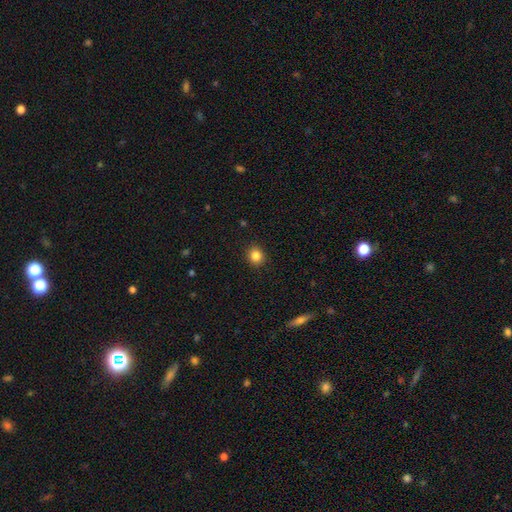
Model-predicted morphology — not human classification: smooth-or-featured: smooth: 84% | star or artifact: 11% | featured or disk: 5%
  how-rounded: round: 82% | in between: 17% | cigar-shaped: 1%
  merging: none: 91% | minor disturbance: 6% | major disturbance: 2% | merger: 1%